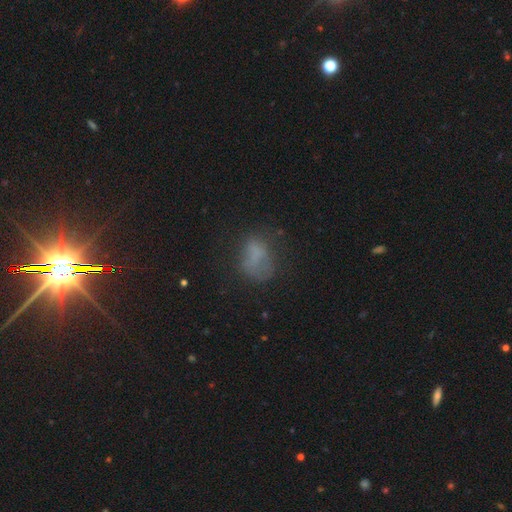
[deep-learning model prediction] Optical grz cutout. It shows a smooth galaxy with no disk features (60%) that is in between round and cigar-shaped (70%). Merging: none (43%).